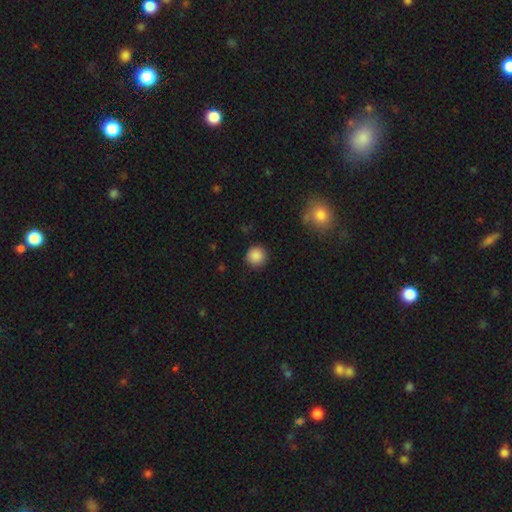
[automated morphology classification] smooth-or-featured: smooth: 88% | star or artifact: 9% | featured or disk: 3%
  how-rounded: round: 94% | in between: 5% | cigar-shaped: 1%
  merging: none: 89% | minor disturbance: 7% | major disturbance: 2% | merger: 1%